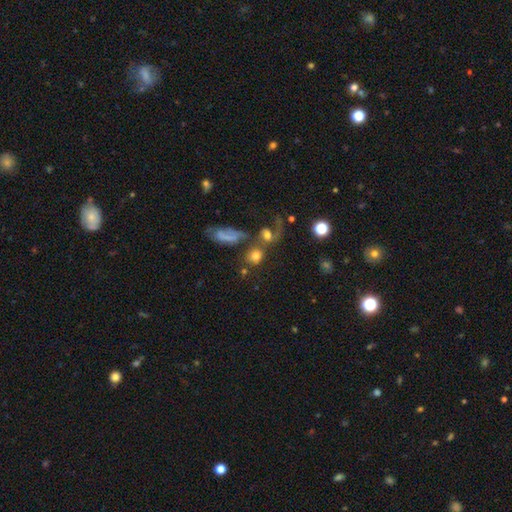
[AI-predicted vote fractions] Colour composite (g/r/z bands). It shows a smooth galaxy with no disk features (72%) that is round (73%). Merging: none (46%).